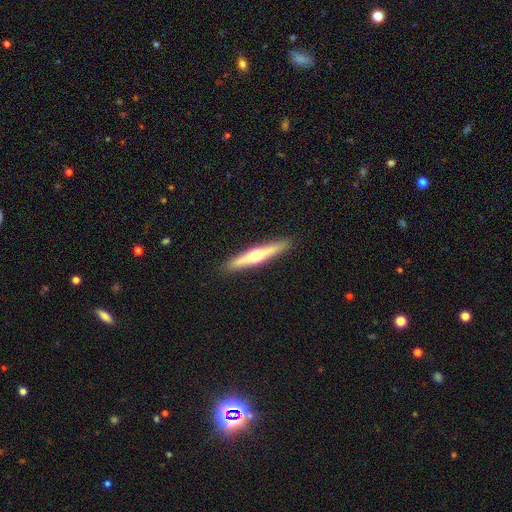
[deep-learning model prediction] This appears to be a featured or disk galaxy (60%) viewed edge-on (97%) with a rounded central bulge (89%). Merging: none (92%).